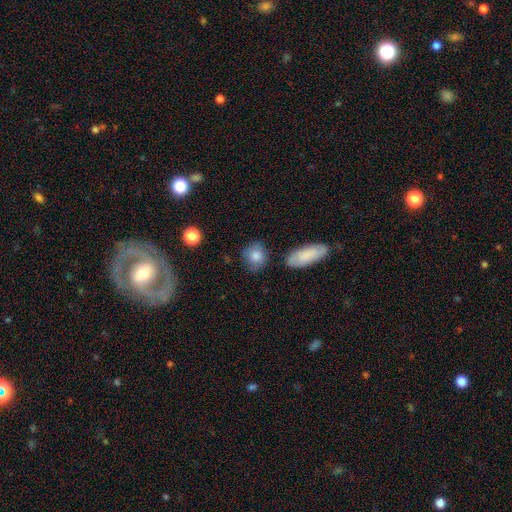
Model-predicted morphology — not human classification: Overall: smooth (81%). How rounded: round (71%). Merging: none (76%).